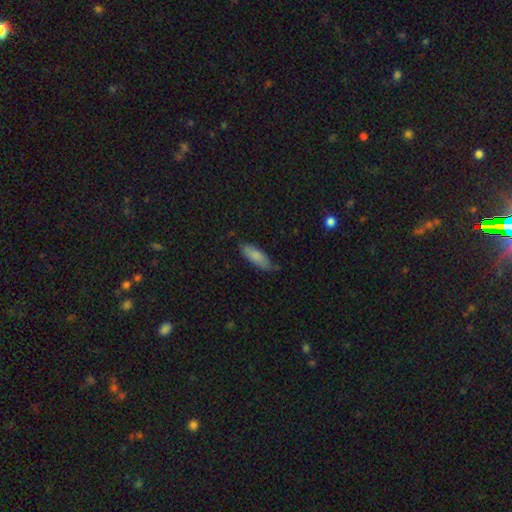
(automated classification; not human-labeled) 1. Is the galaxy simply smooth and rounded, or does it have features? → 80% smooth, 14% featured or disk, 6% star or artifact.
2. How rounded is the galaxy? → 68% in between, 30% cigar-shaped, 2% round.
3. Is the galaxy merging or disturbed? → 69% none, 25% minor disturbance, 4% major disturbance, 2% merger.